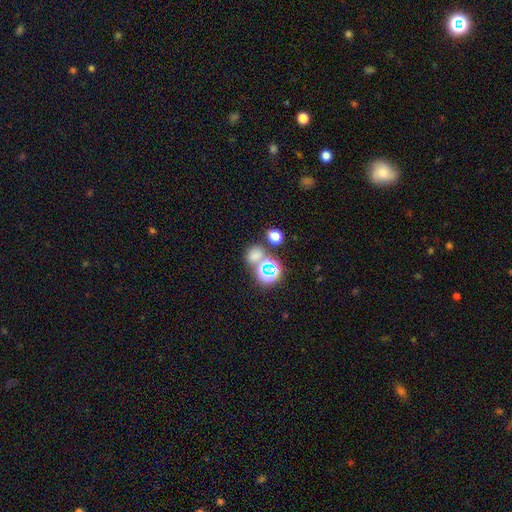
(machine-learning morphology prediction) Overall: smooth (60%; star or artifact 33%). How rounded: round (69%; in between 30%). Merging: none (61%; merger 25%).